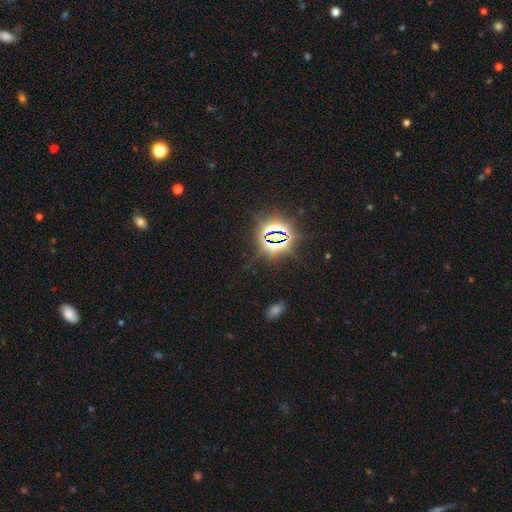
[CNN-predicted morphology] This appears to be a star or artifact, not a galaxy (82%).